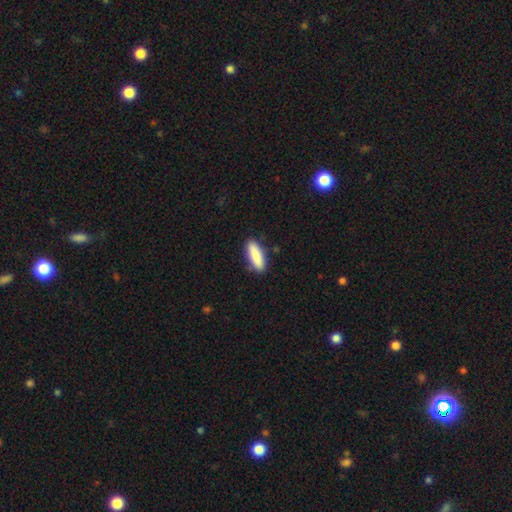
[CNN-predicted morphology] Smooth or featured? smooth (87%)
How rounded? in between (50%)
Merging? none (86%)